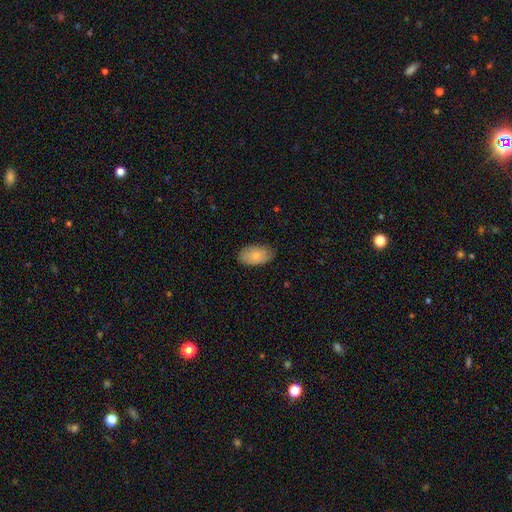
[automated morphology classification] This is clearly a smooth galaxy (82%). How rounded: clearly in between (94%). Merging: clearly none (82%).